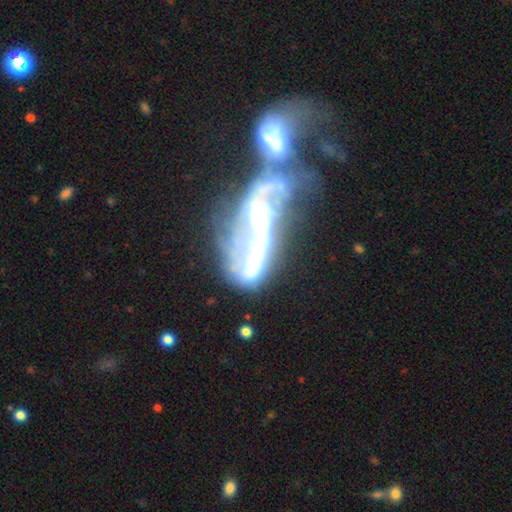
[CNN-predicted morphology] Smooth or featured? featured or disk (75%)
Edge-on disk? no (83%)
Bar? no (42%)
Spiral arms? yes (61%)
Bulge size? moderate (42%)
Merging? merger (58%)